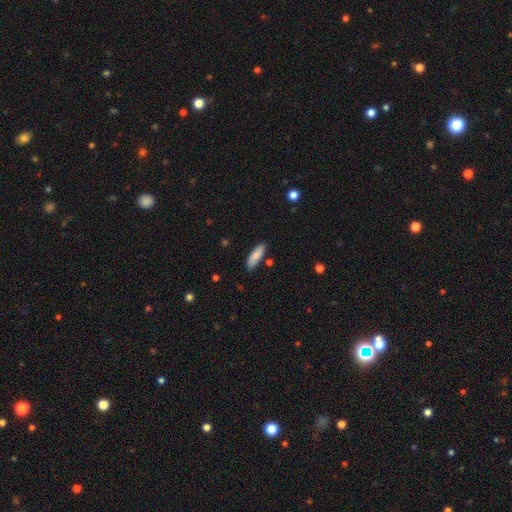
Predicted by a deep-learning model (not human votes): smooth-or-featured: smooth: 85% | featured or disk: 9% | star or artifact: 6%
  how-rounded: in between: 52% | cigar-shaped: 47% | round: 2%
  merging: none: 84% | minor disturbance: 11% | merger: 3% | major disturbance: 2%